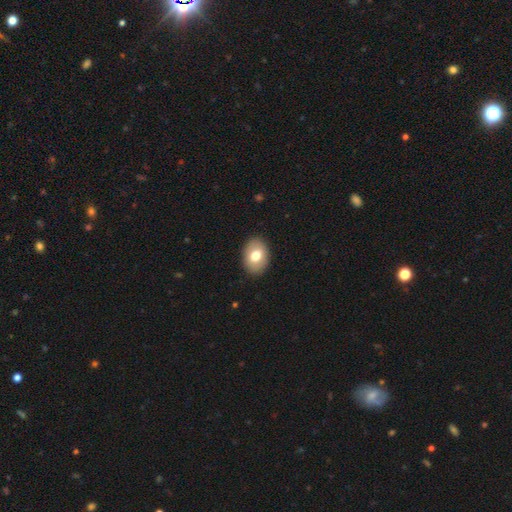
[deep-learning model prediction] smooth-or-featured: smooth: 74% | featured or disk: 18% | star or artifact: 7%
  how-rounded: in between: 76% | round: 23% | cigar-shaped: 1%
  merging: none: 89% | minor disturbance: 8% | major disturbance: 2% | merger: 1%